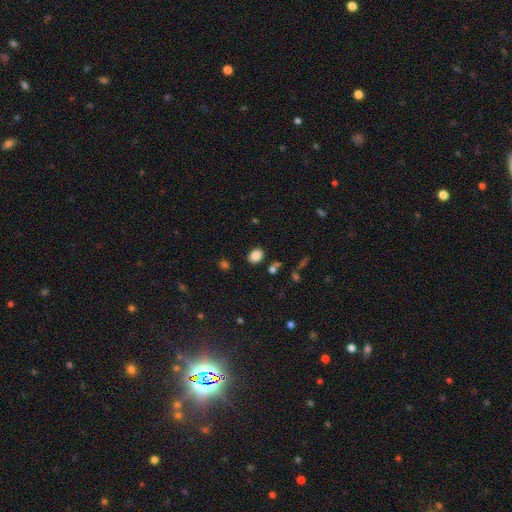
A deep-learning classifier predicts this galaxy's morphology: Overall: smooth (86%). How rounded: in between (69%; round 30%). Merging: none (84%).